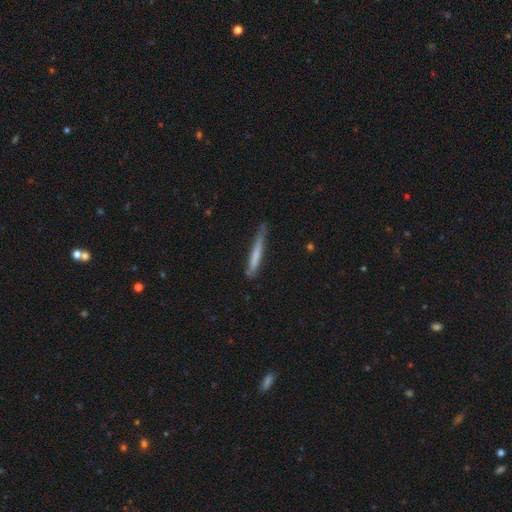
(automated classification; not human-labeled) The model was most divided on "smooth or featured": smooth: 64%, featured or disk: 31%, star or artifact: 6%. More confident: how rounded — cigar-shaped (96%); merging — none (64%).